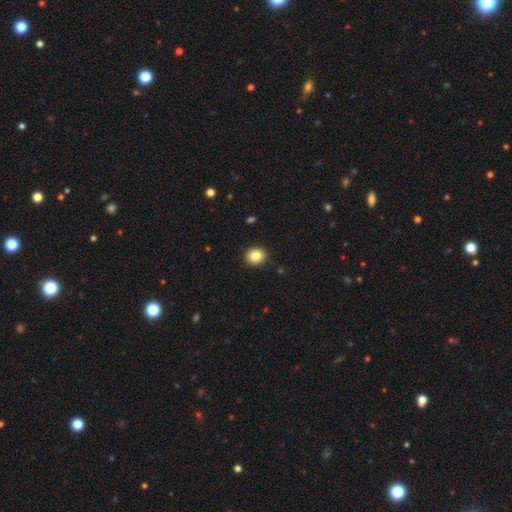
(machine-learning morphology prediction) Smooth or featured? Predicted: smooth (p=0.84). How rounded? Predicted: round (p=0.75). Merging? Predicted: none (p=0.91).